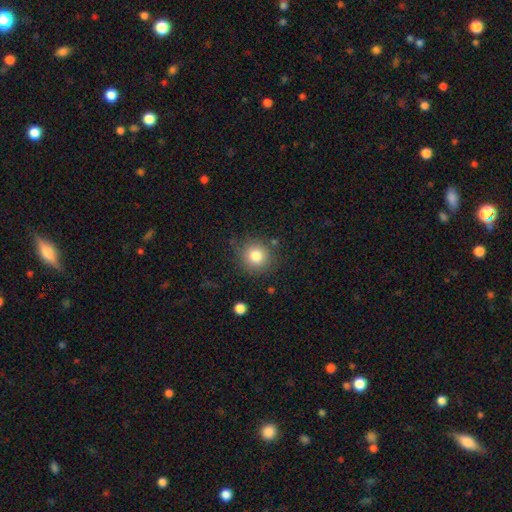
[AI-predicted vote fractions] This appears to be a smooth galaxy with no disk features (81%) that is round (91%). Merging: none (83%).